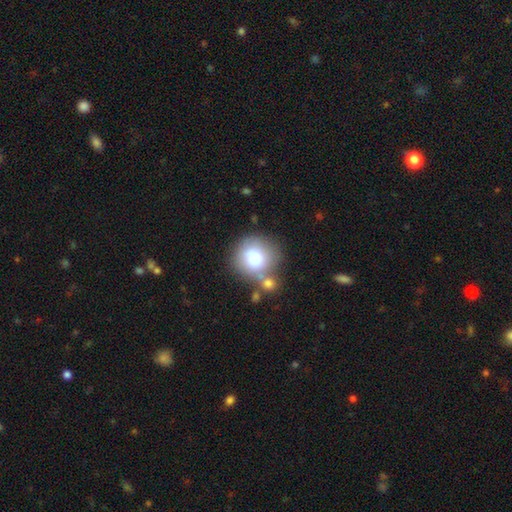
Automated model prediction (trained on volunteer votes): Smooth or featured? Predicted: smooth (p=0.74). How rounded? Predicted: round (p=0.89). Merging? Predicted: none (p=0.59).